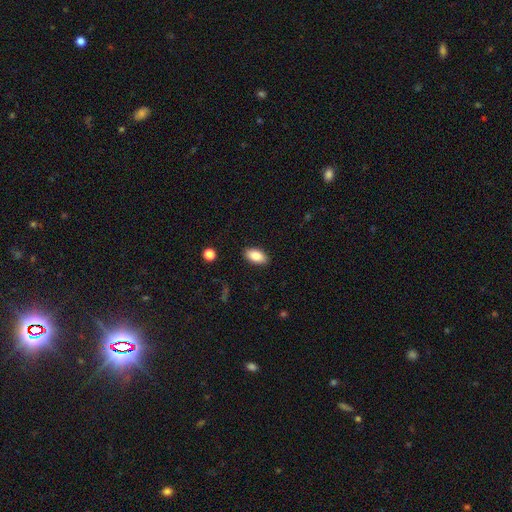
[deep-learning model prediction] Smooth or featured?
  - smooth: 85% *
  - featured or disk: 8%
  - star or artifact: 7%
How rounded?
  - in between: 93% *
  - round: 4%
  - cigar-shaped: 3%
Merging?
  - none: 88% *
  - minor disturbance: 9%
  - major disturbance: 2%
  - merger: 1%